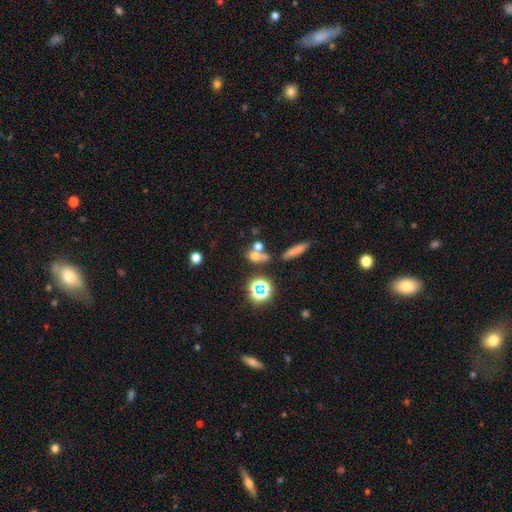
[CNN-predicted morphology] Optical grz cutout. It shows a smooth galaxy with no disk features (59%) that is round (66%). Merging: none (45%).